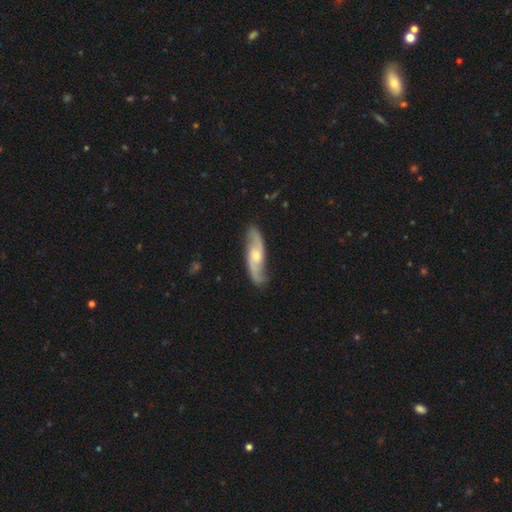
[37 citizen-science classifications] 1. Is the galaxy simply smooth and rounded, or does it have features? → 84% featured or disk, 8% smooth, 8% star or artifact.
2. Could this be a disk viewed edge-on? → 81% no, 19% yes.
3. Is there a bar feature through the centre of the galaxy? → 52% weak, 36% no, 12% strong.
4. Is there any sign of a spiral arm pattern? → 100% yes, 0% no.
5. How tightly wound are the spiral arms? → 48% loose, 32% medium, 20% tight.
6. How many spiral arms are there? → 88% 2, 8% 1, 4% 3, 0% 4, 0% more than 4, 0% can't tell.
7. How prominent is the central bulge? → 48% moderate, 40% small, 12% none, 0% dominant, 0% large.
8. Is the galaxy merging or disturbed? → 82% none, 18% minor disturbance, 0% major disturbance, 0% merger.